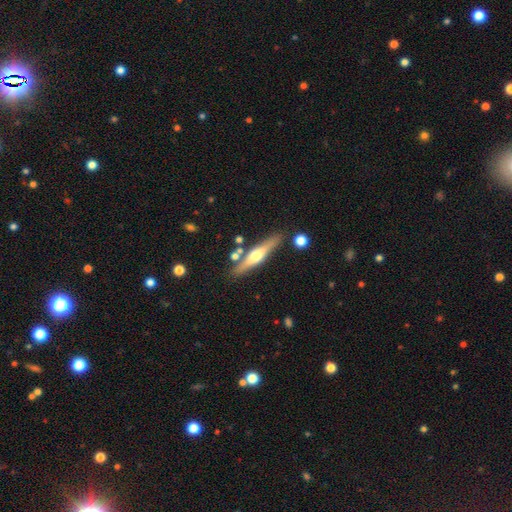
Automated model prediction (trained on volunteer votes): This appears to be a featured or disk galaxy (63%) viewed edge-on (95%) with a rounded central bulge (93%). Merging: none (80%).